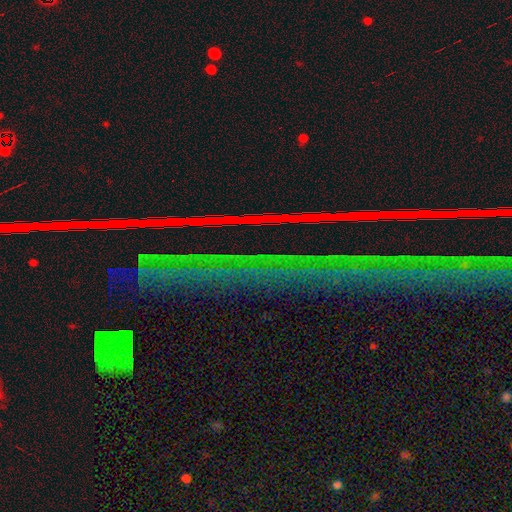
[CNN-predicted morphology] star or artifact 82%, featured or disk 10%, smooth 8%.